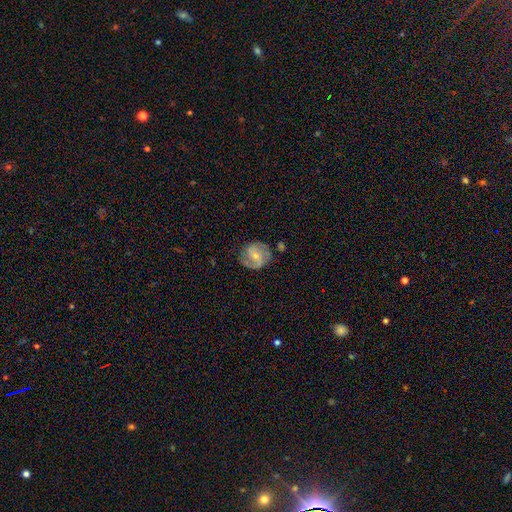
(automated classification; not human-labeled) Smooth or featured?
  - featured or disk: 74% *
  - smooth: 20%
  - star or artifact: 6%
Edge-on disk?
  - no: 98% *
  - yes: 2%
Bar?
  - no: 43% * (tied)
  - weak: 43% * (tied)
  - strong: 14%
Spiral arms?
  - yes: 92% *
  - no: 8%
Spiral winding?
  - medium: 47% *
  - tight: 31%
  - loose: 22%
Spiral arm count?
  - 2: 80% *
  - can't tell: 9%
  - 1: 5%
  - 3: 4%
  - 4: 1%
  - more than 4: 1%
Bulge size?
  - small: 58% *
  - moderate: 37%
  - none: 2%
  - large: 1%
  - dominant: 1%
Merging?
  - none: 71% *
  - minor disturbance: 19%
  - major disturbance: 7%
  - merger: 2%